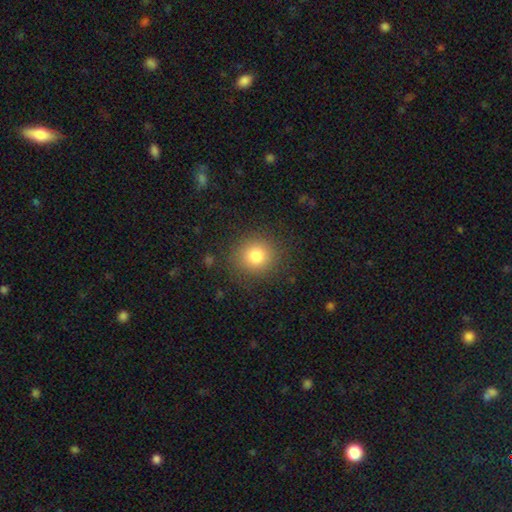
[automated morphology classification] A smooth galaxy with no disk features (81%) that is round (88%). Merging: none (87%).